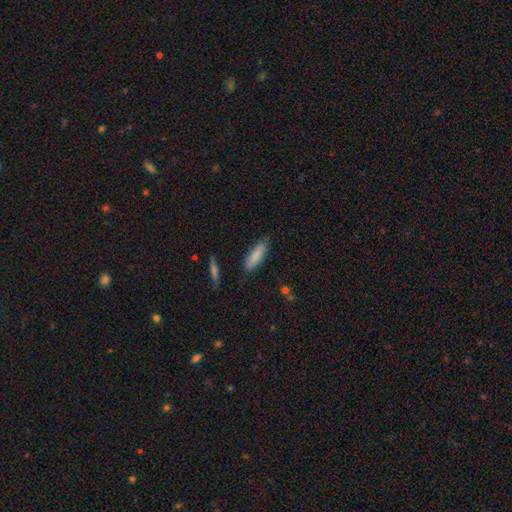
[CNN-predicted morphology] Q: Smooth or featured?
A: smooth (84%); runner-up: featured or disk (9%)
Q: How rounded?
A: cigar-shaped (59%); runner-up: in between (40%)
Q: Merging?
A: none (82%); runner-up: minor disturbance (13%)